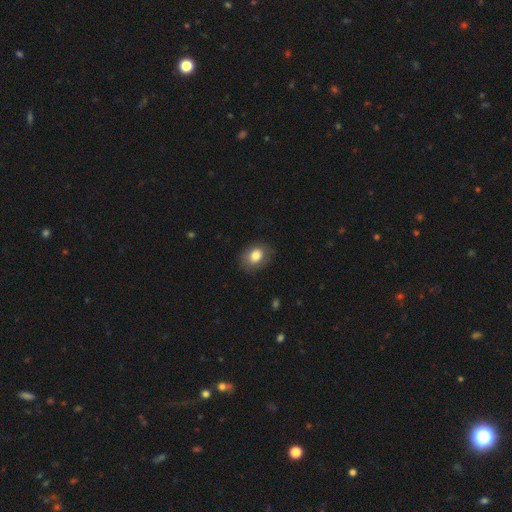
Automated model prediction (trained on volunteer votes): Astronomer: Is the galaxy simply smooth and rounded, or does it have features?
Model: smooth — 81%.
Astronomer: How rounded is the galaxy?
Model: in between — 63%.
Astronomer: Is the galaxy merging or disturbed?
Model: none — 80%.